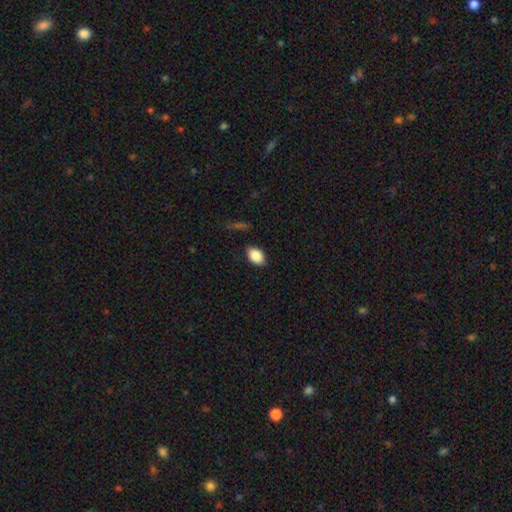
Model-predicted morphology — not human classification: Smooth or featured?
  - smooth: 88% *
  - star or artifact: 8%
  - featured or disk: 5%
How rounded?
  - in between: 86% *
  - round: 13%
  - cigar-shaped: 1%
Merging?
  - none: 87% *
  - minor disturbance: 10%
  - major disturbance: 2%
  - merger: 1%